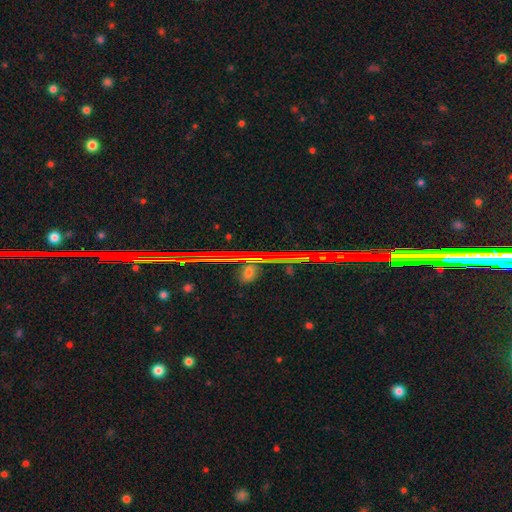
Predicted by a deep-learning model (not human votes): Smooth or featured?
  - star or artifact: 84% *
  - featured or disk: 8%
  - smooth: 7%